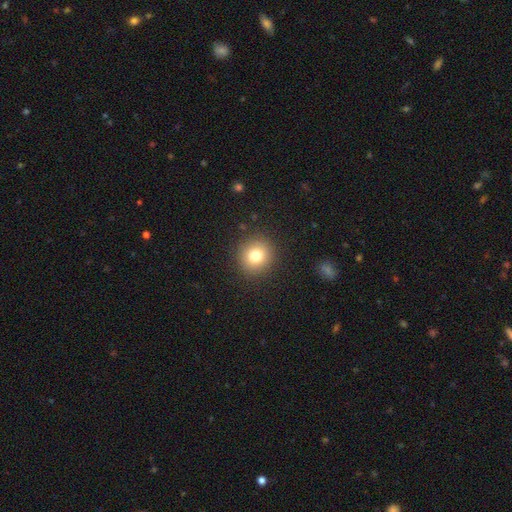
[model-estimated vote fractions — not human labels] Smooth or featured? Predicted: smooth (p=0.79). How rounded? Predicted: round (p=0.91). Merging? Predicted: none (p=0.90).